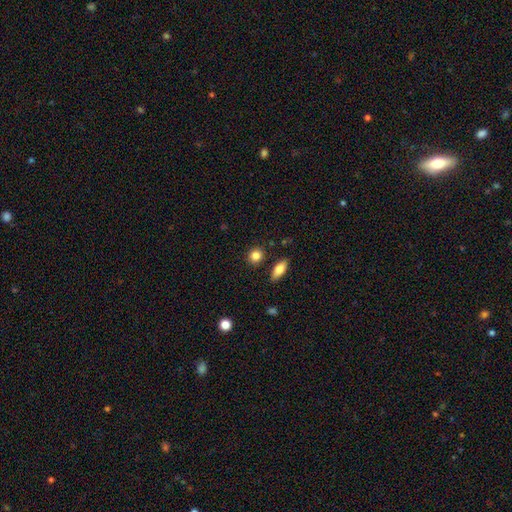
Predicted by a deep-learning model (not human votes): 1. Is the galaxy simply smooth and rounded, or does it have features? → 84% smooth, 9% star or artifact, 8% featured or disk.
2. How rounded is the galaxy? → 72% round, 25% in between, 3% cigar-shaped.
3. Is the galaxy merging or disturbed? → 86% none, 8% minor disturbance, 4% merger, 2% major disturbance.